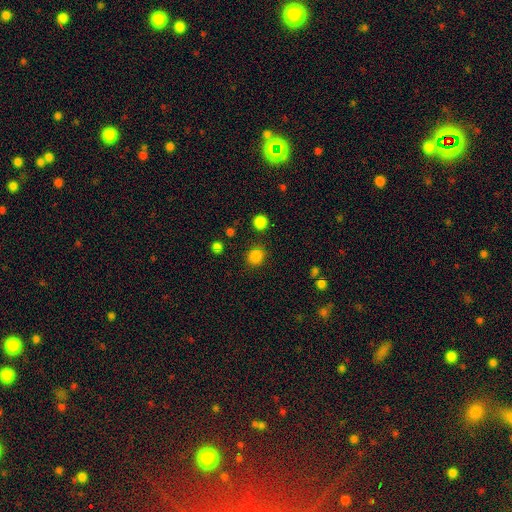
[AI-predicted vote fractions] This appears to be a smooth galaxy with no disk features (83%) that is round (82%). Merging: none (84%).